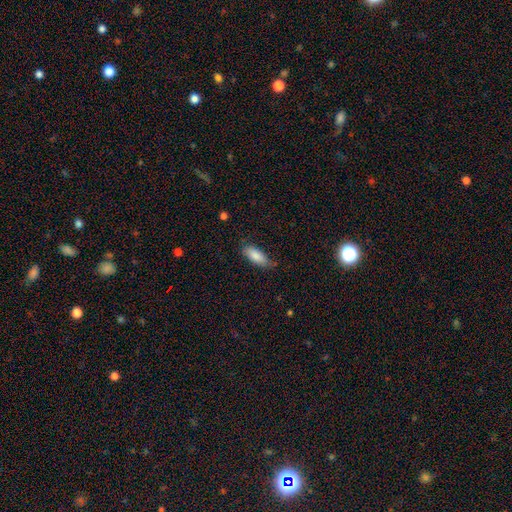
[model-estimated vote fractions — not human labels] Smooth or featured? Predicted: smooth (p=0.85). How rounded? Predicted: in between (p=0.74). Merging? Predicted: none (p=0.74).